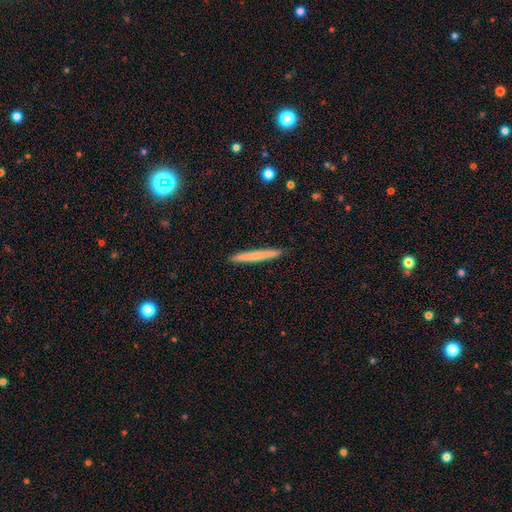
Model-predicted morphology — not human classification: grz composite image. It shows a smooth galaxy with no disk features (62%) that is cigar-shaped (97%). Merging: none (93%).